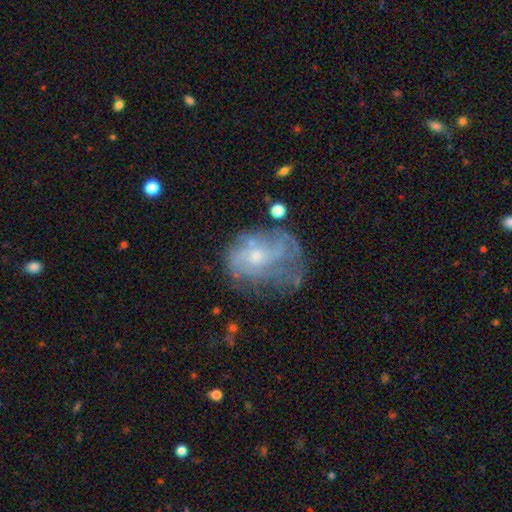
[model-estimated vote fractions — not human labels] smooth_or_featured: featured or disk (p=0.61) [alt: smooth p=0.28]
disk_edge_on: no (p=0.97) [alt: yes p=0.03]
bar: no (p=0.78) [alt: weak p=0.20]
has_spiral_arms: no (p=0.50) [tied with: yes p=0.50]
bulge_size: small (p=0.54) [alt: moderate p=0.34]
merging: none (p=0.35) [alt: major disturbance p=0.34]